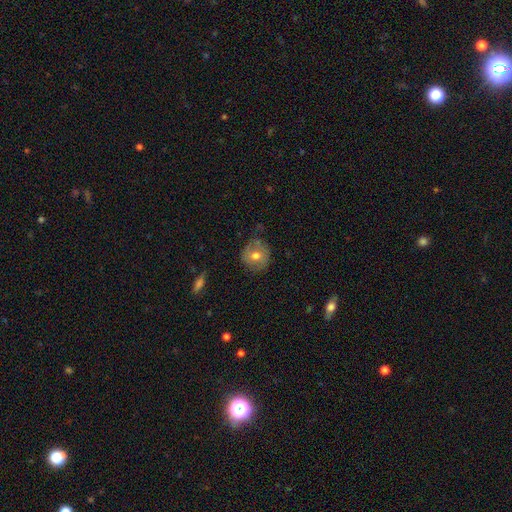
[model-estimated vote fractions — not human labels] Overall: smooth (64%; featured or disk 28%). How rounded: round (86%). Merging: none (71%).